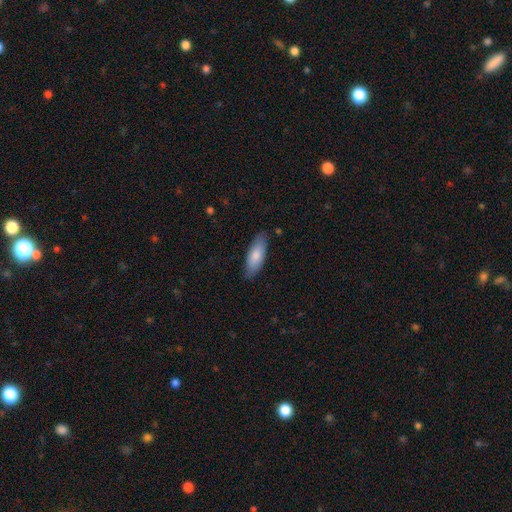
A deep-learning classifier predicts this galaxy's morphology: The model was most divided on "how rounded": in between: 72%, cigar-shaped: 26%, round: 2%. More confident: merging — none (82%); smooth or featured — smooth (81%).